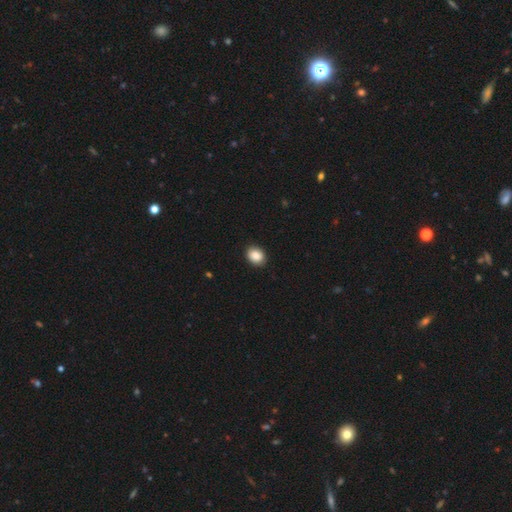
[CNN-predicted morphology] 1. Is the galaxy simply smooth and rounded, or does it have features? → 88% smooth, 8% star or artifact, 4% featured or disk.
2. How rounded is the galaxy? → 60% in between, 39% round, 1% cigar-shaped.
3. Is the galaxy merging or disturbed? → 90% none, 7% minor disturbance, 2% major disturbance, 1% merger.